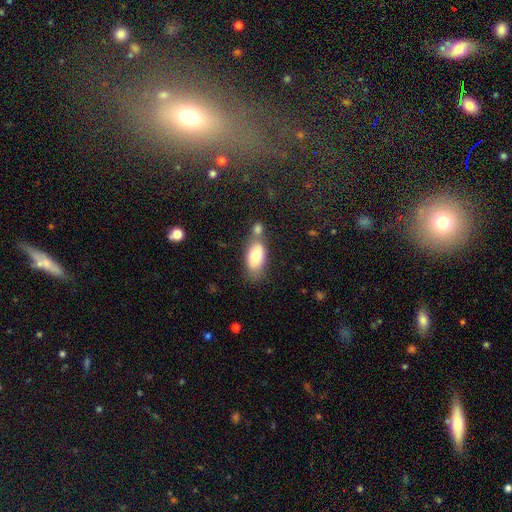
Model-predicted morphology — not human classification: This appears to be a smooth galaxy with no disk features (75%) that is in between round and cigar-shaped (90%). Merging: none (47%).